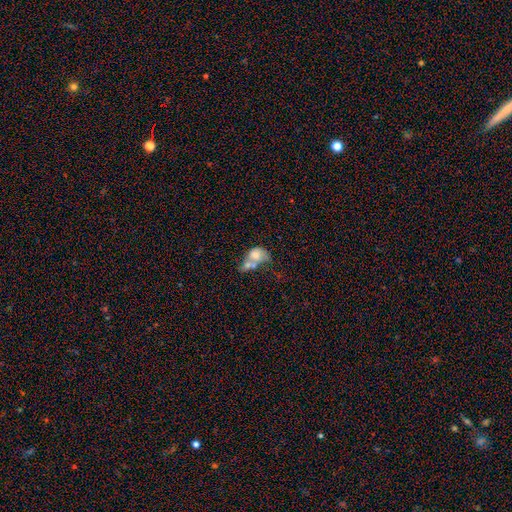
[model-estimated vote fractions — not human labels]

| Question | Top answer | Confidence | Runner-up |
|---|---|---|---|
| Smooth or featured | smooth | 61% | featured or disk (30%) |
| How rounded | in between | 62% | round (36%) |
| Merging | merger | 67% | none (12%) |